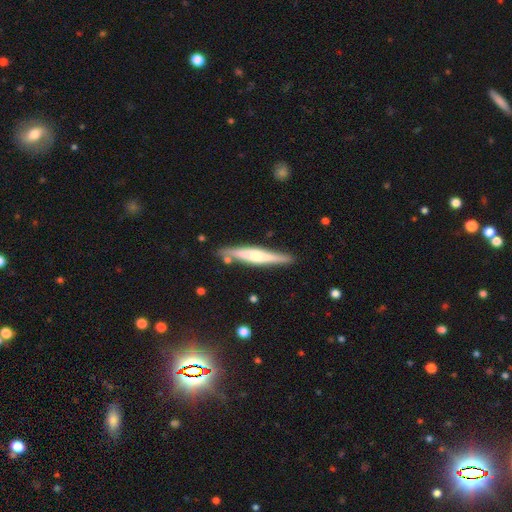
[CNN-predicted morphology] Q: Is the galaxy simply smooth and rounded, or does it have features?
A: featured or disk — 55%.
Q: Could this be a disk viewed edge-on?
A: yes — 96%.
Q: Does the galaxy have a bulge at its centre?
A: rounded — 59%.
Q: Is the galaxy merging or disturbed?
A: none — 85%.